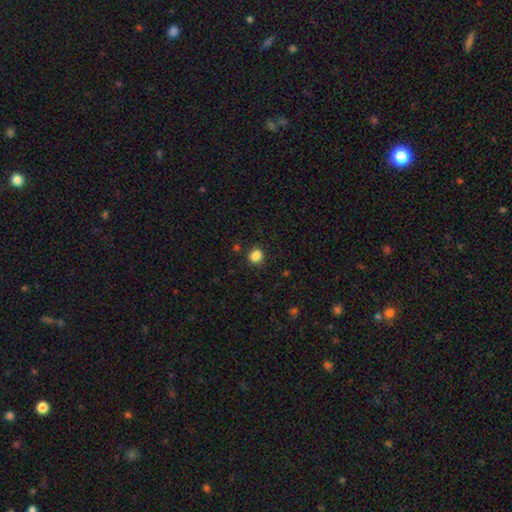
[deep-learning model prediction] Smooth or featured: smooth — 85% (star or artifact — 11%)
How rounded: round — 66% (in between — 33%)
Merging: none — 81% (minor disturbance — 13%)